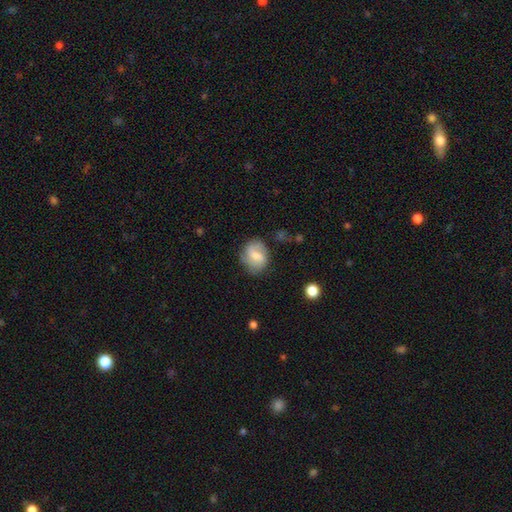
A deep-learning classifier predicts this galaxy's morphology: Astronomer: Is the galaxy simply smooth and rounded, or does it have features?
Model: smooth — 55% (runner-up: featured or disk, 37%).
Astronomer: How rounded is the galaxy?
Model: round — 55% (runner-up: in between, 44%).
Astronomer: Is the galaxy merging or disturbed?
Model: none — 68%.